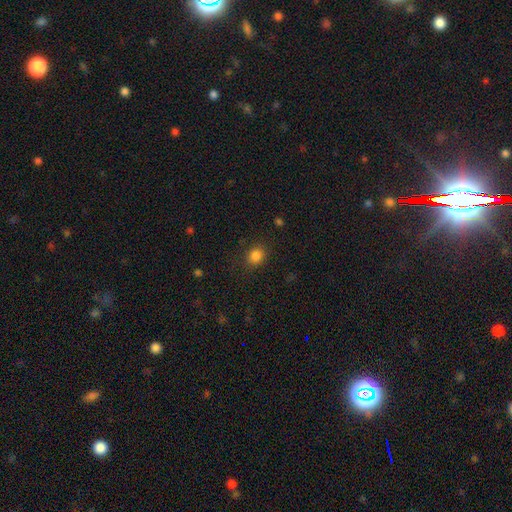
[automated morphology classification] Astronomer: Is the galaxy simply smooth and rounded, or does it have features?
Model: smooth — 83%.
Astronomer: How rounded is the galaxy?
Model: round — 70%.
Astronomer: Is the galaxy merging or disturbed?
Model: none — 85%.